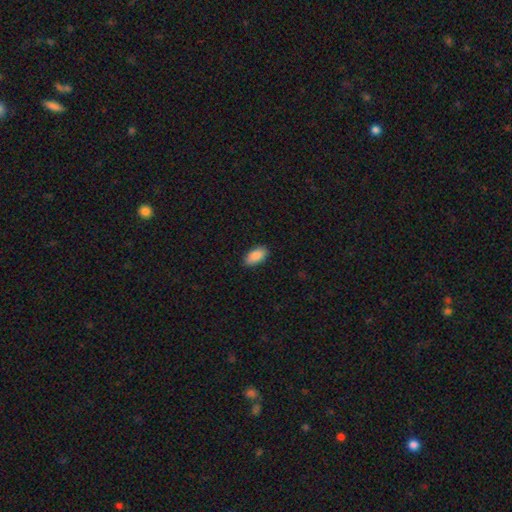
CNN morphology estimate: This is clearly a smooth galaxy (89%). How rounded: clearly in between (93%). Merging: clearly none (87%).